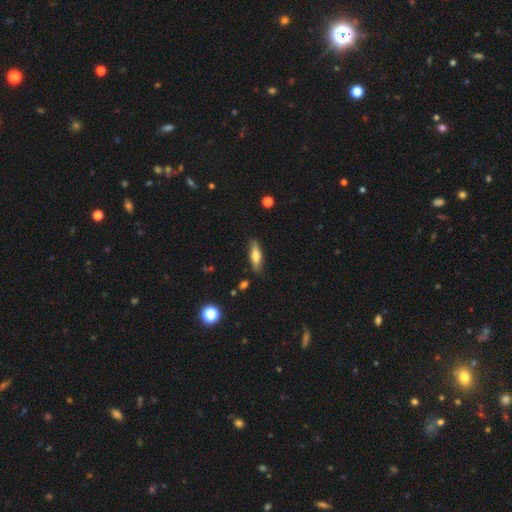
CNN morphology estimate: A smooth galaxy with no disk features (64%) that is cigar-shaped (56%). Merging: none (83%).